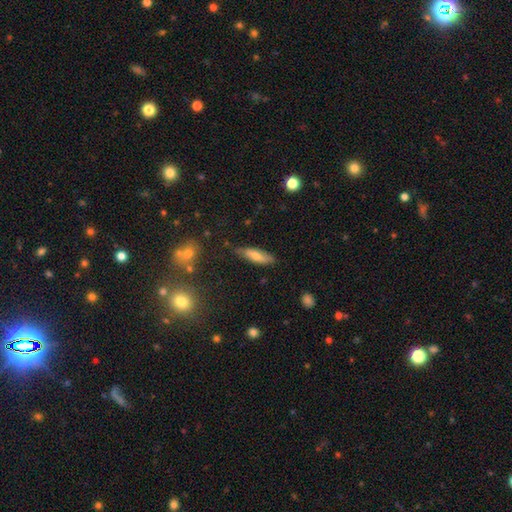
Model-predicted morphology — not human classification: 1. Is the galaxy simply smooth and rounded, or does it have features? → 63% smooth, 29% featured or disk, 8% star or artifact.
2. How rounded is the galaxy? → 54% cigar-shaped, 44% in between, 3% round.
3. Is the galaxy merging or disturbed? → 76% none, 19% minor disturbance, 4% major disturbance, 2% merger.